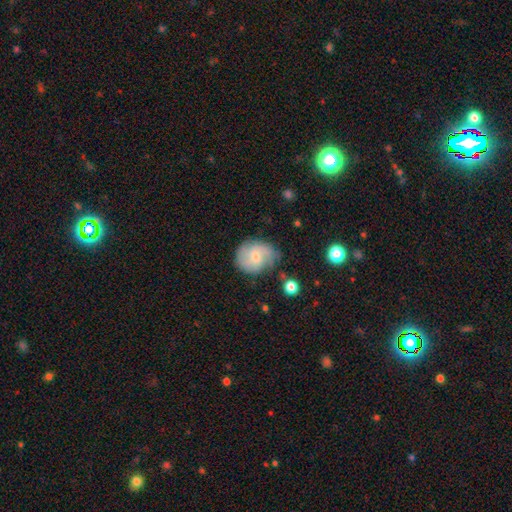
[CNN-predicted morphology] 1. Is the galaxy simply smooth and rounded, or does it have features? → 50% featured or disk, 42% smooth, 8% star or artifact.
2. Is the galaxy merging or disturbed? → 60% none, 27% minor disturbance, 9% major disturbance, 3% merger.